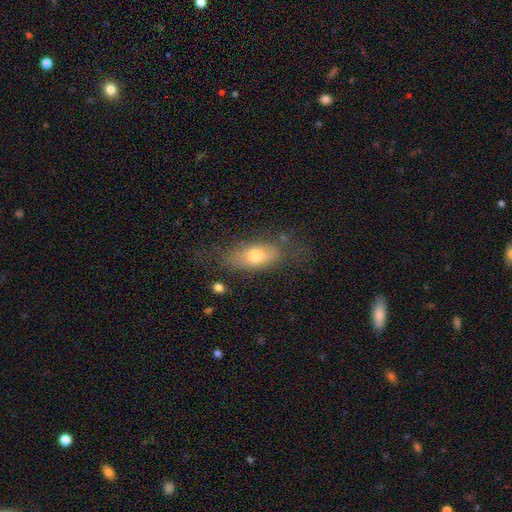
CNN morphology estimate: smooth 67%, featured or disk 25%, star or artifact 8%. Down the decision tree: how rounded — in between (78%); merging — none (61%).